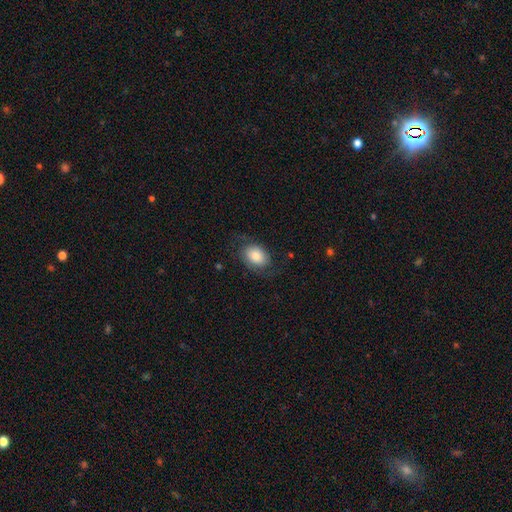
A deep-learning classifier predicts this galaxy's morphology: A smooth galaxy with no disk features (69%) that is in between round and cigar-shaped (75%).

Vote fractions:
- Smooth or featured? smooth: 69% / featured or disk: 23% / star or artifact: 8%
- How rounded? in between: 75% / round: 24% / cigar-shaped: 1%
- Merging? none: 68% / minor disturbance: 20% / major disturbance: 12% / merger: 1%